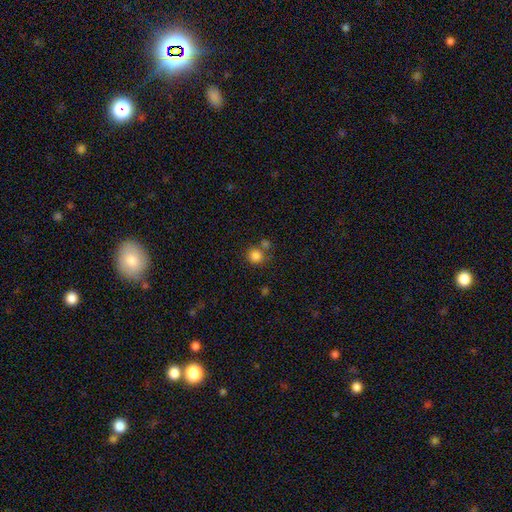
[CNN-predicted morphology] smooth 83%, star or artifact 12%, featured or disk 6%. Down the decision tree: how rounded — round (91%); merging — none (62%).